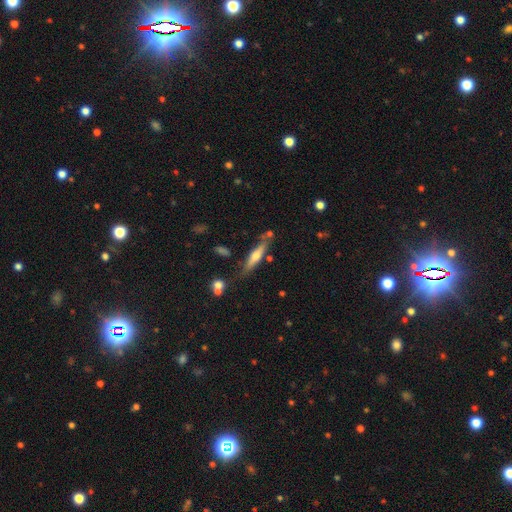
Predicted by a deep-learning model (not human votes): Smooth or featured? smooth (48%)
Merging? none (71%)